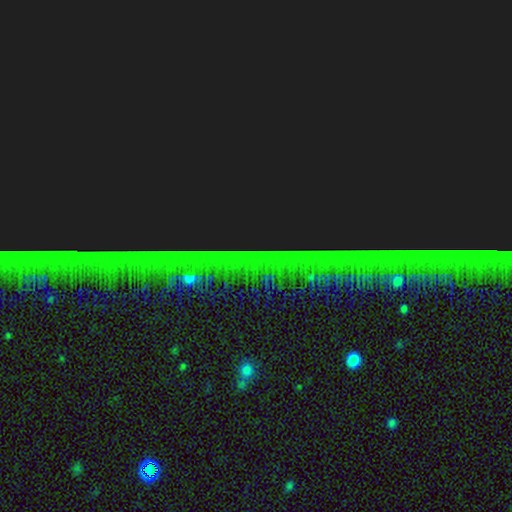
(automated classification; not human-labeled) Smooth or featured? Predicted: star or artifact (p=0.87).